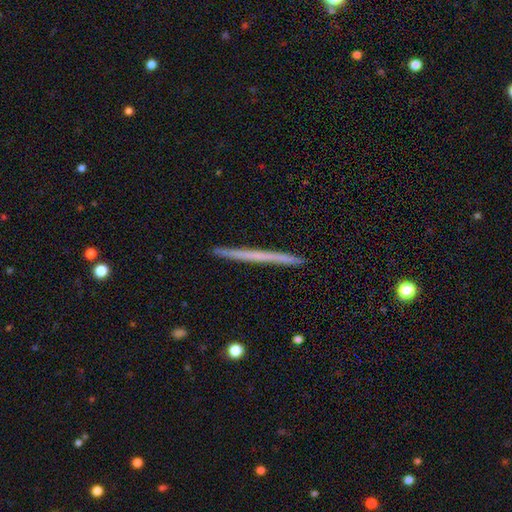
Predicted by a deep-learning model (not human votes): This is possibly a featured or disk galaxy (48%). Merging: clearly none (92%).